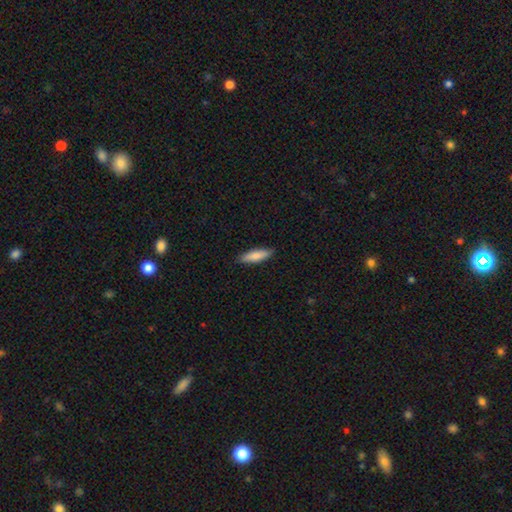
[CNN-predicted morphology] This appears to be a smooth galaxy with no disk features (83%) that is cigar-shaped (56%). Merging: none (87%).